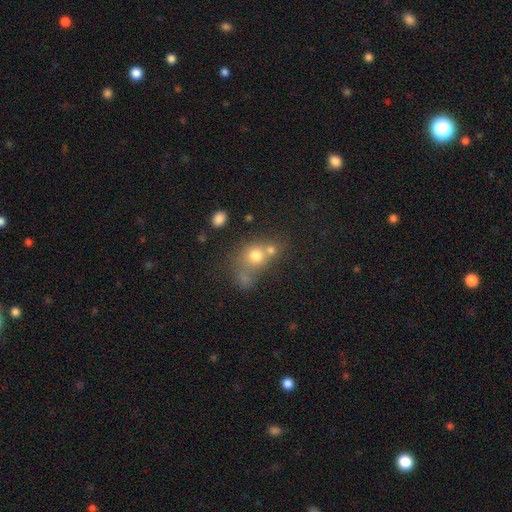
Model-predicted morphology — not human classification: A smooth galaxy with no disk features (70%) that is round (71%). Merging: merger (52%).